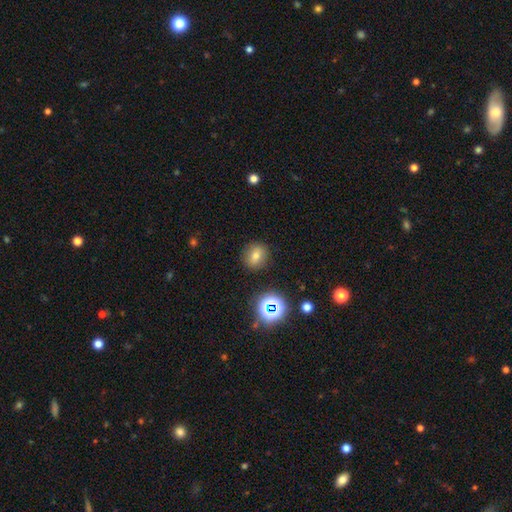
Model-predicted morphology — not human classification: This appears to be a smooth galaxy with no disk features (71%) that is round (73%). Merging: none (87%).